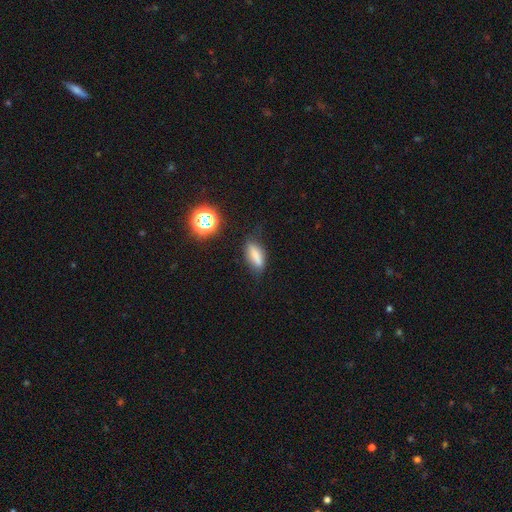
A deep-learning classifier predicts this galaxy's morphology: Smooth or featured?
  - smooth: 72% *
  - featured or disk: 16%
  - star or artifact: 12%
How rounded?
  - in between: 62% *
  - cigar-shaped: 34%
  - round: 4%
Merging?
  - none: 65% *
  - minor disturbance: 24%
  - major disturbance: 8%
  - merger: 3%